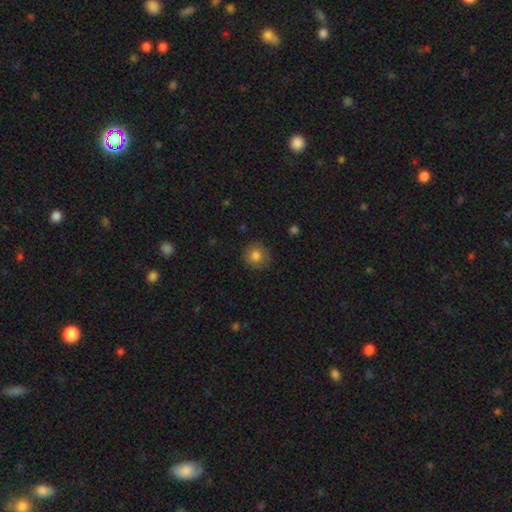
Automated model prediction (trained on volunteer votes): A smooth galaxy with no disk features (82%) that is round (91%). Merging: none (85%).